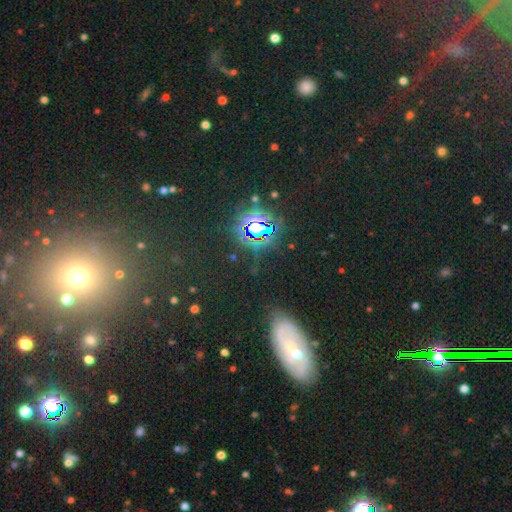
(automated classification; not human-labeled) Smooth or featured: star or artifact — 65% (smooth — 20%)